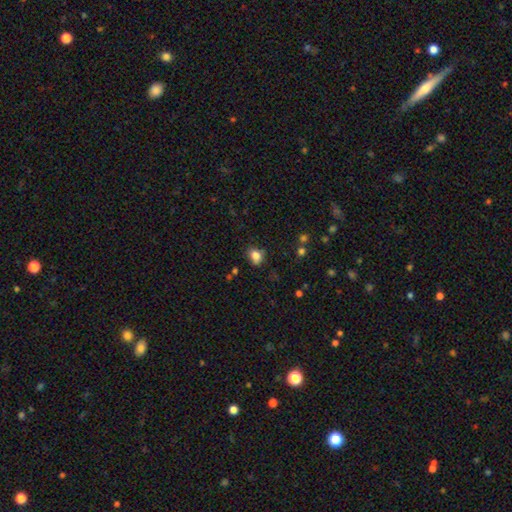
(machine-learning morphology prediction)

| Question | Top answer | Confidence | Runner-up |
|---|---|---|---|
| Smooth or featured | smooth | 82% | star or artifact (11%) |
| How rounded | in between | 55% | round (44%) |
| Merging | none | 68% | minor disturbance (22%) |